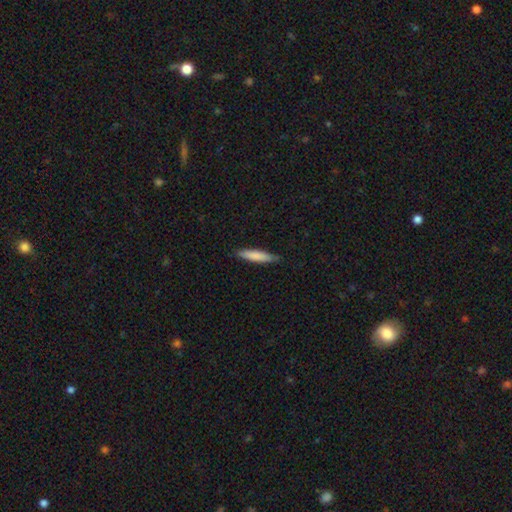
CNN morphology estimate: The model was most divided on "smooth or featured": smooth: 80%, featured or disk: 14%, star or artifact: 5%. More confident: how rounded — cigar-shaped (87%); merging — none (84%).